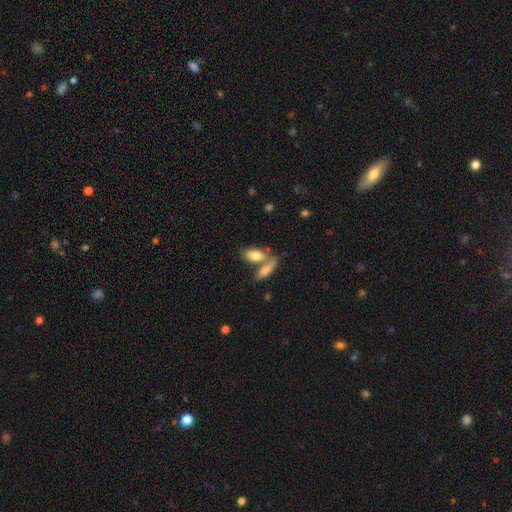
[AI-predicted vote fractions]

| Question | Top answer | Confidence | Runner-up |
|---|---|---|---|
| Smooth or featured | smooth | 79% | featured or disk (15%) |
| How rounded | in between | 87% | cigar-shaped (9%) |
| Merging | merger | 46% | none (41%) |